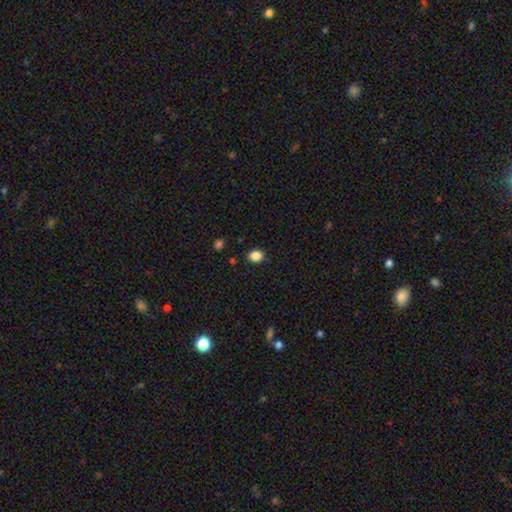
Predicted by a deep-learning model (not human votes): Overall: smooth (86%). How rounded: in between (53%; round 47%). Merging: none (88%).